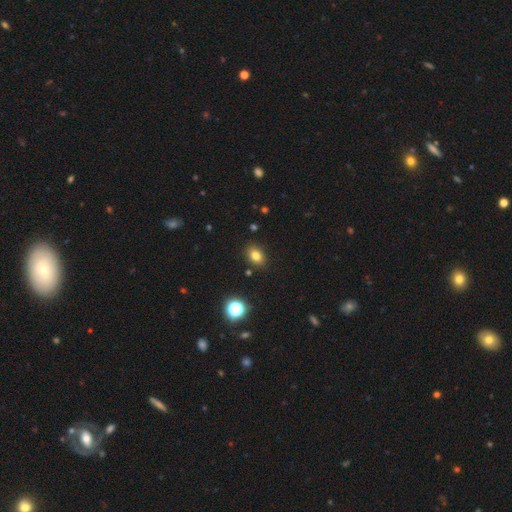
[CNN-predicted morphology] smooth-or-featured: smooth: 79% | star or artifact: 14% | featured or disk: 8%
  how-rounded: in between: 70% | round: 28% | cigar-shaped: 1%
  merging: none: 87% | minor disturbance: 9% | major disturbance: 2% | merger: 2%